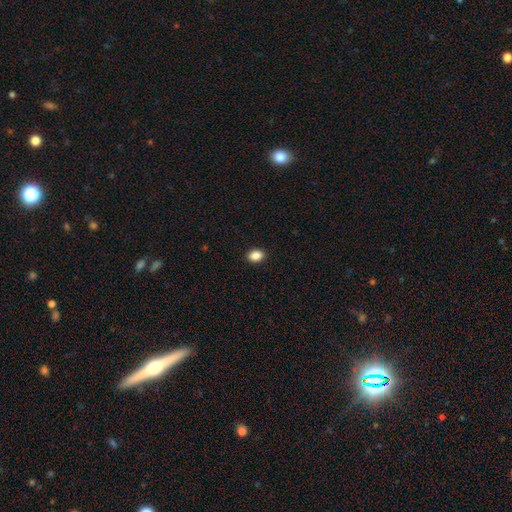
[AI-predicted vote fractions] smooth-or-featured: smooth: 88% | star or artifact: 9% | featured or disk: 3%
  how-rounded: in between: 73% | round: 26% | cigar-shaped: 1%
  merging: none: 91% | minor disturbance: 7% | major disturbance: 2% | merger: 1%